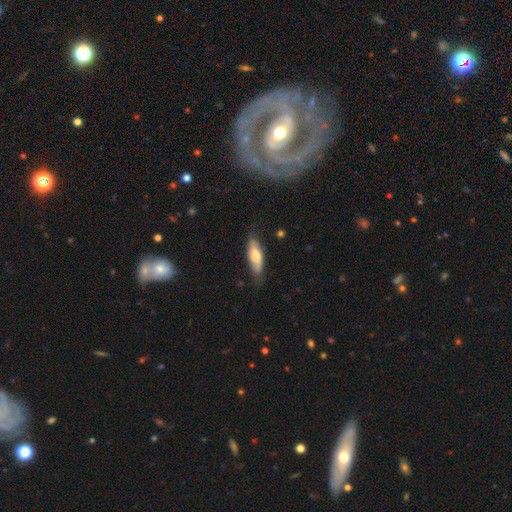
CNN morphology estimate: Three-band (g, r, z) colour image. It shows a smooth galaxy with no disk features (66%) that is in between round and cigar-shaped (56%). Merging: none (71%).